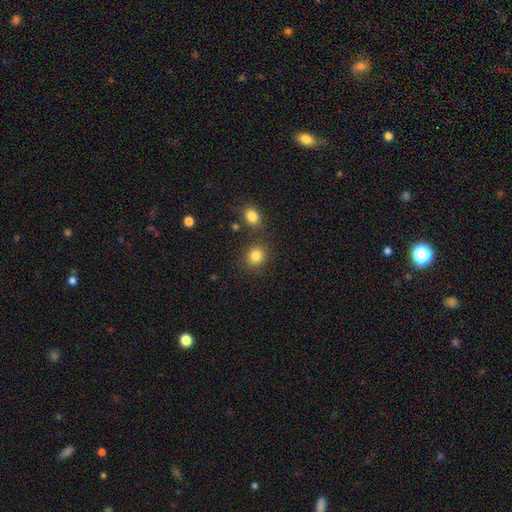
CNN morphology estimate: The model was most divided on "how rounded": round: 76%, in between: 23%, cigar-shaped: 1%. More confident: smooth or featured — smooth (83%); merging — none (80%).